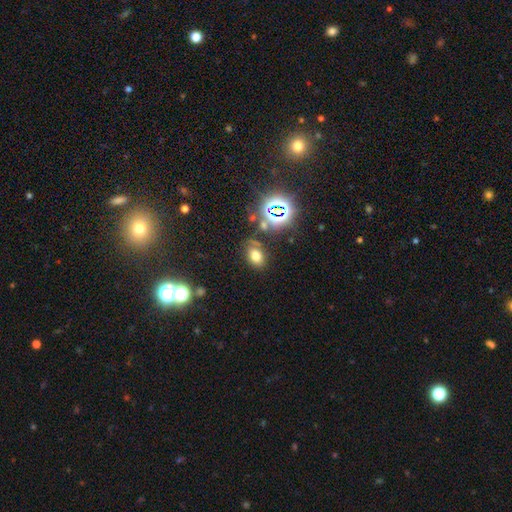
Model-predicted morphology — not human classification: The model was most divided on "smooth or featured": smooth: 66%, star or artifact: 24%, featured or disk: 10%. More confident: merging — none (74%); how rounded — in between (72%).